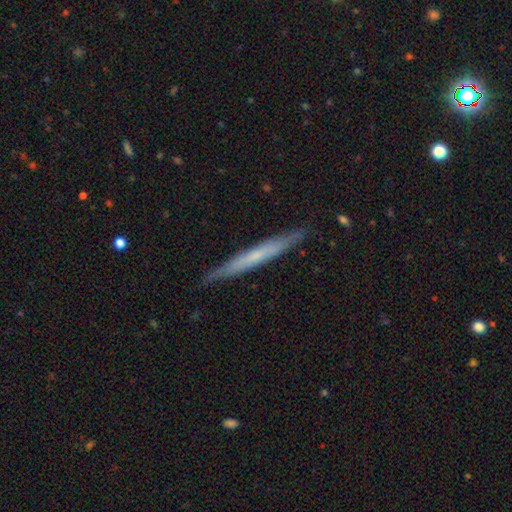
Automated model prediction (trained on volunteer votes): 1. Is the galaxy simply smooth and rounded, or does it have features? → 51% featured or disk, 44% smooth, 6% star or artifact.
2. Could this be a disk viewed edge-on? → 95% yes, 5% no.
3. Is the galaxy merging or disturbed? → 89% none, 9% minor disturbance, 1% major disturbance, 1% merger.